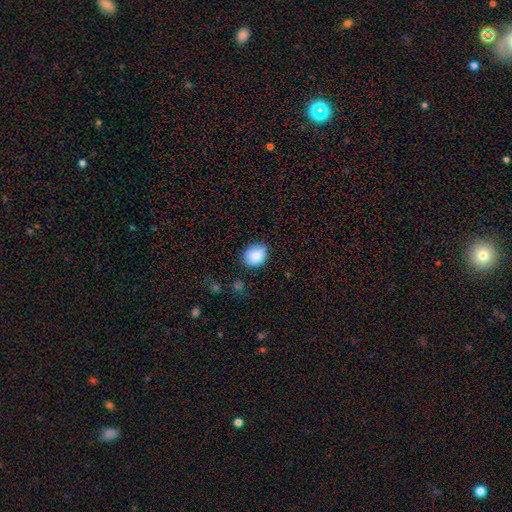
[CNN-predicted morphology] Smooth or featured?
  - smooth: 82% *
  - featured or disk: 9%
  - star or artifact: 9%
How rounded?
  - round: 55% *
  - in between: 44%
  - cigar-shaped: 1%
Merging?
  - none: 69% *
  - minor disturbance: 24%
  - major disturbance: 5%
  - merger: 2%